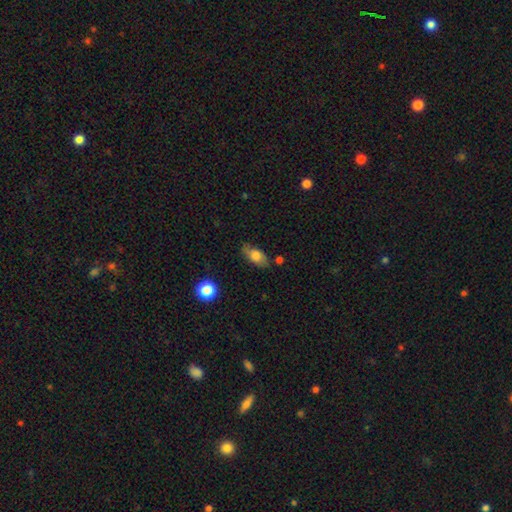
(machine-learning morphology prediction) A smooth galaxy with no disk features (72%) that is in between round and cigar-shaped (87%).

Vote fractions:
- Smooth or featured? smooth: 72% / featured or disk: 21% / star or artifact: 8%
- How rounded? in between: 87% / cigar-shaped: 8% / round: 5%
- Merging? none: 71% / minor disturbance: 21% / major disturbance: 4% / merger: 4%